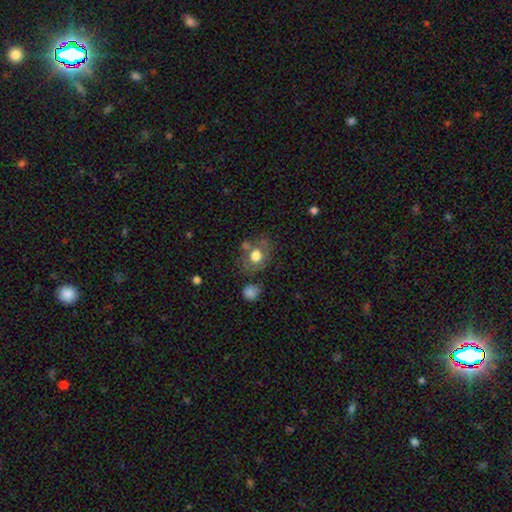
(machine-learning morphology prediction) A smooth galaxy with no disk features (72%) that is round (54%). Merging: none (59%).